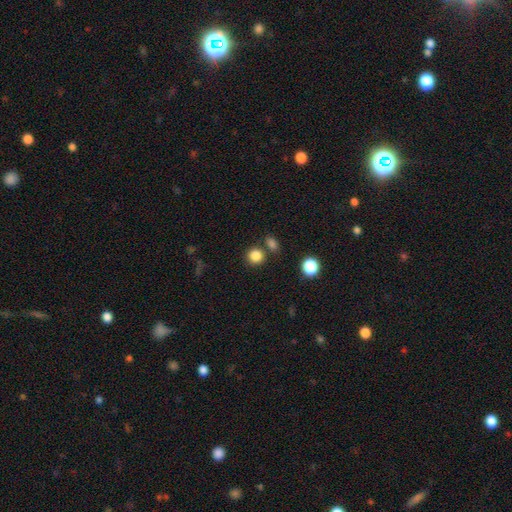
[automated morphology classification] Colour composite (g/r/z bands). It shows a smooth galaxy with no disk features (84%) that is round (90%). Merging: none (77%).